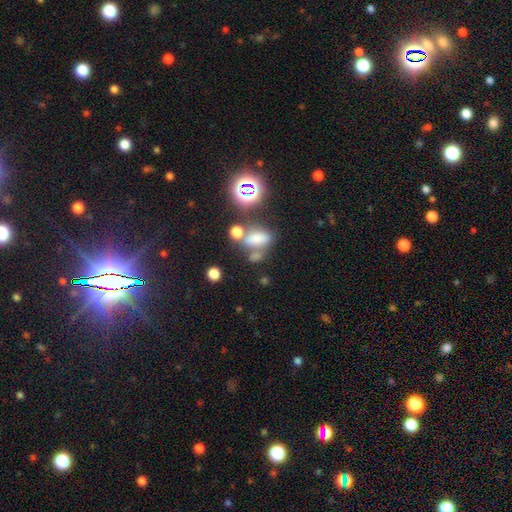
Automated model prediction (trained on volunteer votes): Smooth or featured: smooth — 60% (star or artifact — 26%)
How rounded: in between — 72% (round — 23%)
Merging: none — 44% (merger — 29%)